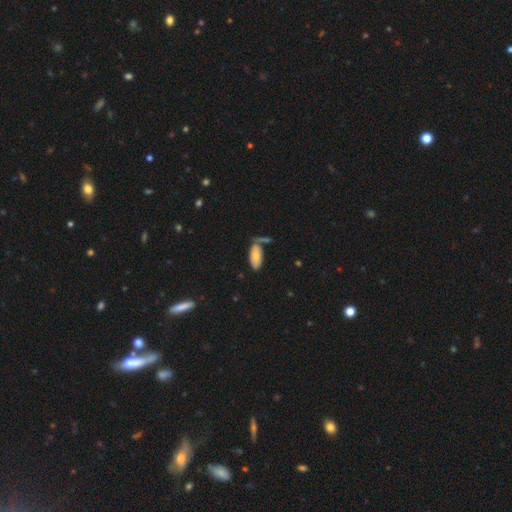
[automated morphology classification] The model was most divided on "merging": none: 57%, merger: 19%, minor disturbance: 18%, major disturbance: 6%. More confident: how rounded — in between (89%); smooth or featured — smooth (77%).